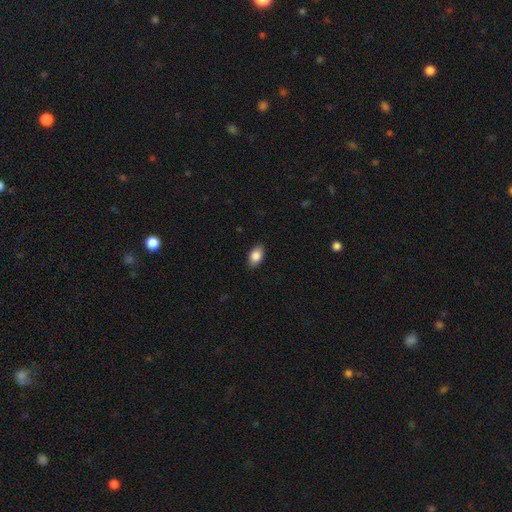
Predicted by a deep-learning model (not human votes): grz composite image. It shows a smooth galaxy with no disk features (86%) that is in between round and cigar-shaped (88%). Merging: none (86%).